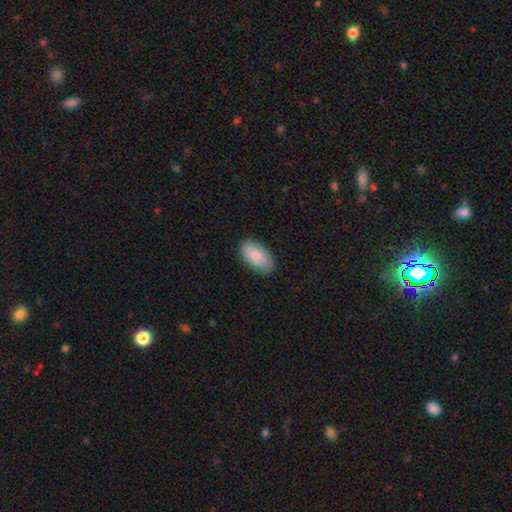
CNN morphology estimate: smooth-or-featured: smooth: 85% | featured or disk: 10% | star or artifact: 6%
  how-rounded: in between: 95% | round: 3% | cigar-shaped: 2%
  merging: none: 84% | minor disturbance: 13% | major disturbance: 2% | merger: 1%